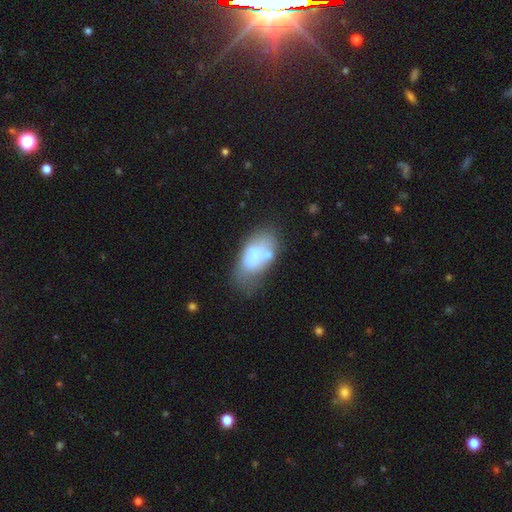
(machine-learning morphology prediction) A smooth galaxy with no disk features (57%) that is in between round and cigar-shaped (91%). Merging: none (31%).